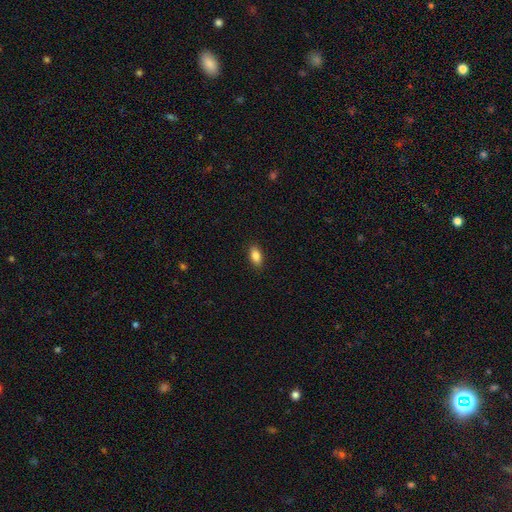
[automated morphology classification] Smooth or featured: smooth — 86% (star or artifact — 8%)
How rounded: in between — 90% (round — 5%)
Merging: none — 89% (minor disturbance — 8%)